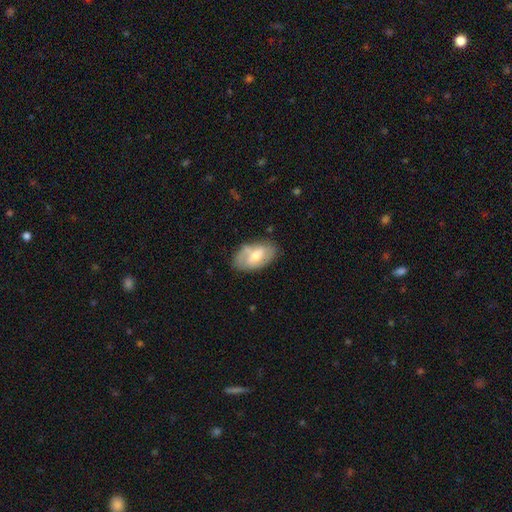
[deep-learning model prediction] This is possibly a smooth galaxy (48%). Merging: likely none (65%).